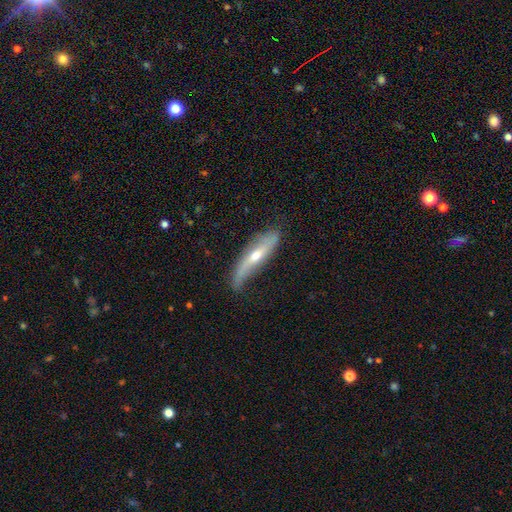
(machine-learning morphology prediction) A featured or disk galaxy (63%) viewed edge-on (51%).

Vote fractions:
- Smooth or featured? featured or disk: 63% / smooth: 31% / star or artifact: 6%
- Edge-on disk? yes: 51% / no: 49%
- Merging? none: 58% / minor disturbance: 30% / major disturbance: 9% / merger: 2%